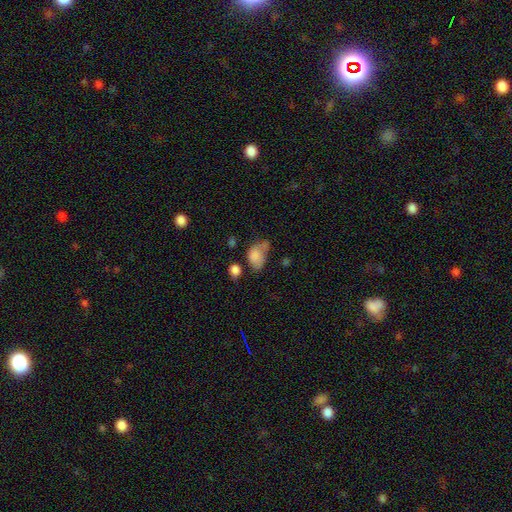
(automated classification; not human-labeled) Overall: smooth (79%). How rounded: in between (79%). Merging: minor disturbance (30%; none 29%).